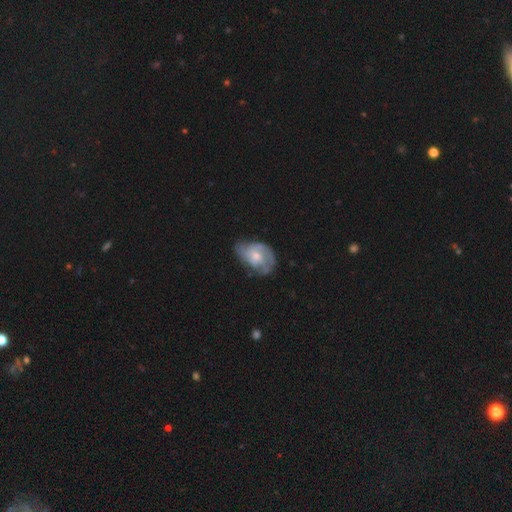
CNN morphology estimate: type=featured or disk (64%); edge-on=no (97%); bar=no (66%); spiral arms=yes (74%); bulge=moderate (50%); merging=none (52%).